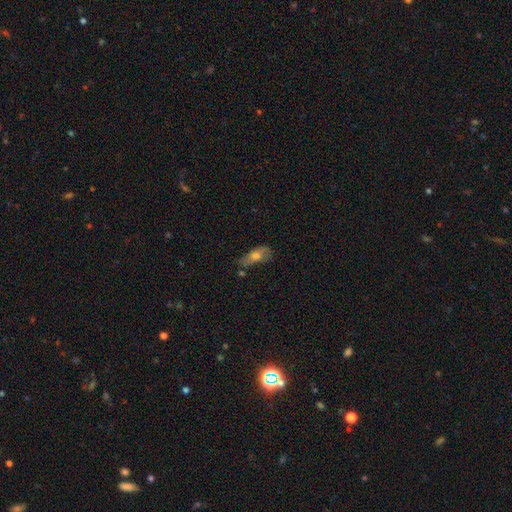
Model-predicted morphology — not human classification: Smooth or featured? Predicted: smooth (p=0.58). How rounded? Predicted: in between (p=0.73). Merging? Predicted: none (p=0.54).